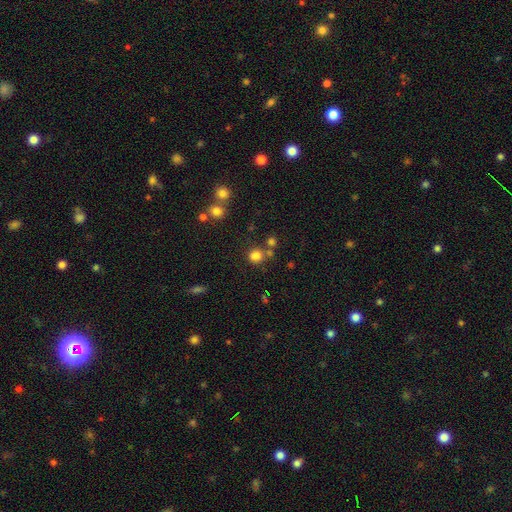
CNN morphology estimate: The model was most divided on "merging": none: 66%, merger: 19%, minor disturbance: 10%, major disturbance: 5%. More confident: how rounded — round (86%); smooth or featured — smooth (77%).